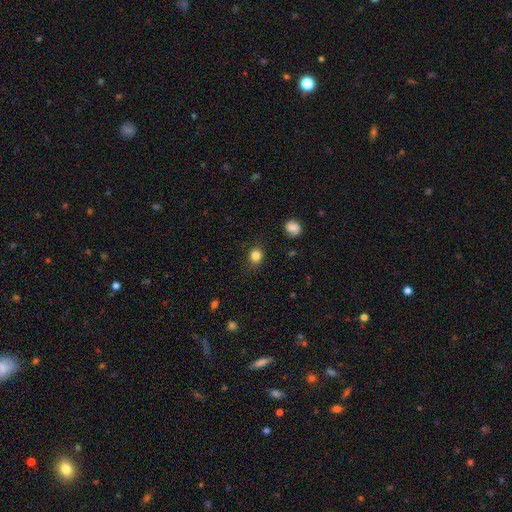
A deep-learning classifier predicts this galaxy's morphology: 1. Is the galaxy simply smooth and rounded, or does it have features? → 84% smooth, 11% star or artifact, 5% featured or disk.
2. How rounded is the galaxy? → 70% round, 29% in between, 1% cigar-shaped.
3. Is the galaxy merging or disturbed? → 82% none, 13% minor disturbance, 4% major disturbance, 1% merger.